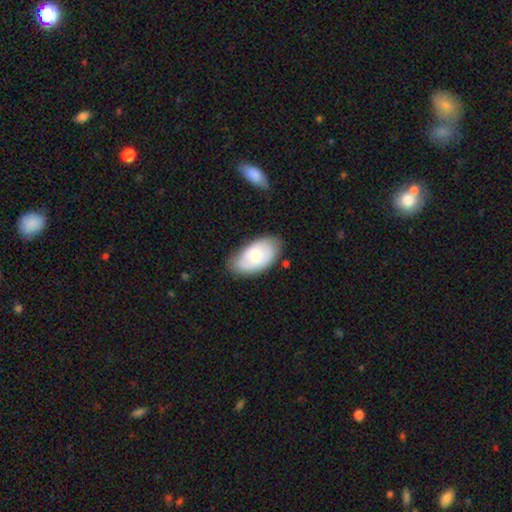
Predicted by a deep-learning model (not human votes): The model was most divided on "smooth or featured": smooth: 62%, featured or disk: 32%, star or artifact: 6%. More confident: how rounded — in between (94%); merging — none (71%).